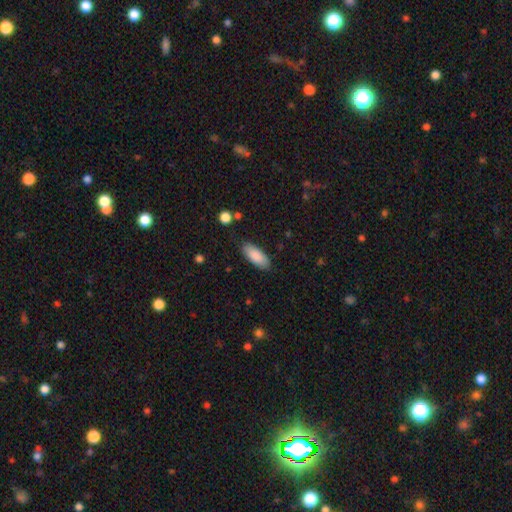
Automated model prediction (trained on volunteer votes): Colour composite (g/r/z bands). It shows a smooth galaxy with no disk features (87%) that is in between round and cigar-shaped (81%). Merging: none (84%).